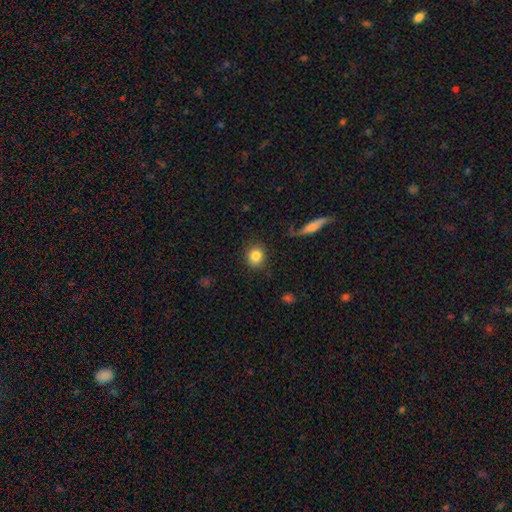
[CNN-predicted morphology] Smooth or featured? smooth (84%)
How rounded? round (79%)
Merging? none (88%)